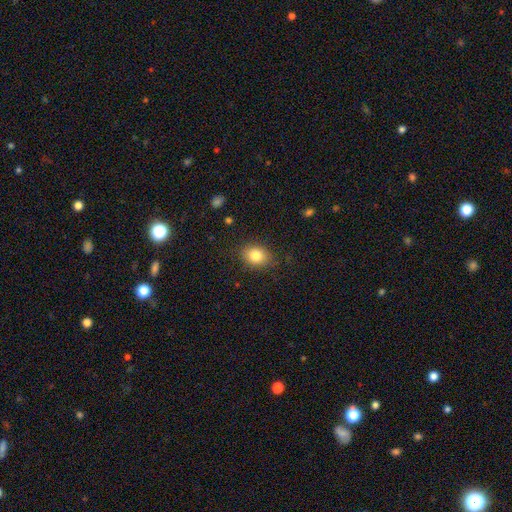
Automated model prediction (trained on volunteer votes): Q: Smooth or featured?
A: smooth (82%); runner-up: star or artifact (10%)
Q: How rounded?
A: in between (56%); runner-up: round (43%)
Q: Merging?
A: none (84%); runner-up: minor disturbance (12%)